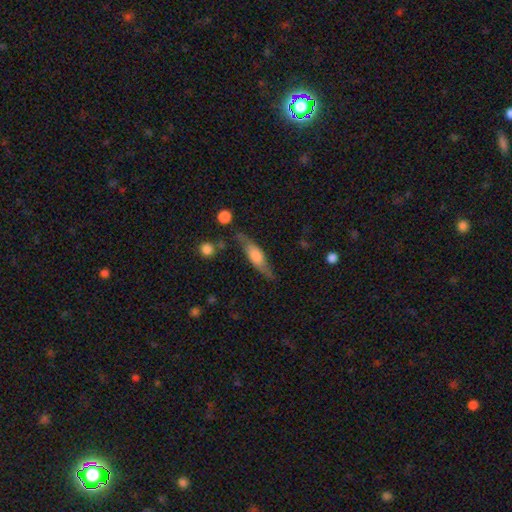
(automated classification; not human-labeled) The model was most divided on "smooth or featured" (2-way tie): featured or disk: 47%, smooth: 47%, star or artifact: 6%. More confident: merging — none (71%).